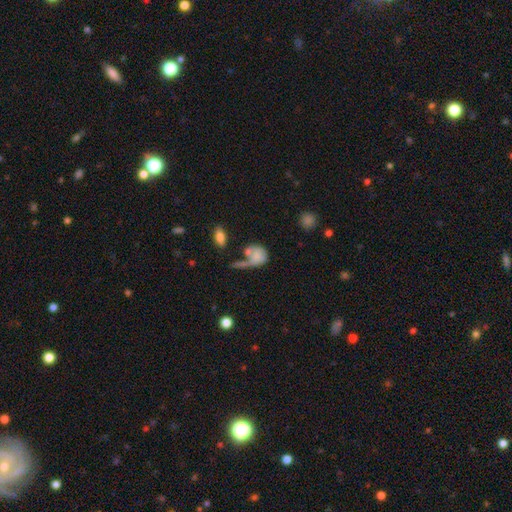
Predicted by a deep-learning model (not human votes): The model was most divided on "how rounded": in between: 50%, round: 47%, cigar-shaped: 3%. Remaining: smooth or featured — smooth (68%); merging — merger (34%).